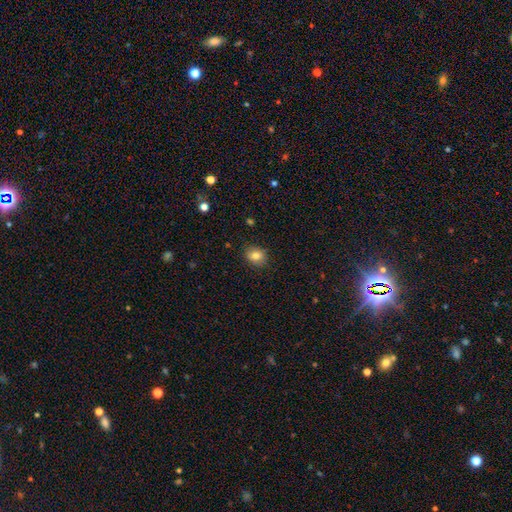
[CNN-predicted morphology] A smooth galaxy with no disk features (82%) that is round (60%). Merging: none (87%).